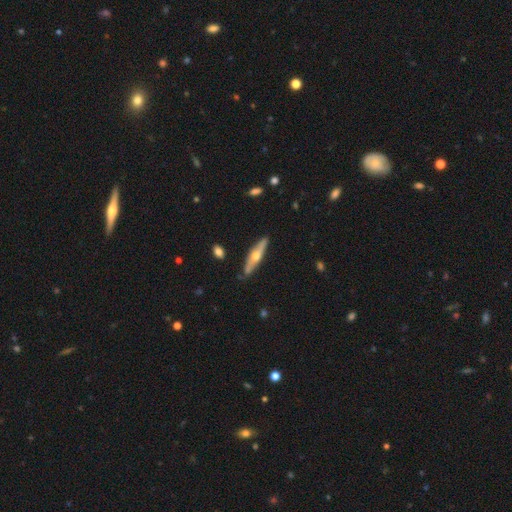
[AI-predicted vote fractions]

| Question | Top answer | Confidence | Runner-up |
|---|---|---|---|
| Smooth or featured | featured or disk | 59% | smooth (36%) |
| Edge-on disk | yes | 88% | no (12%) |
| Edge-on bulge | rounded | 91% | none (5%) |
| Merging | none | 82% | minor disturbance (13%) |